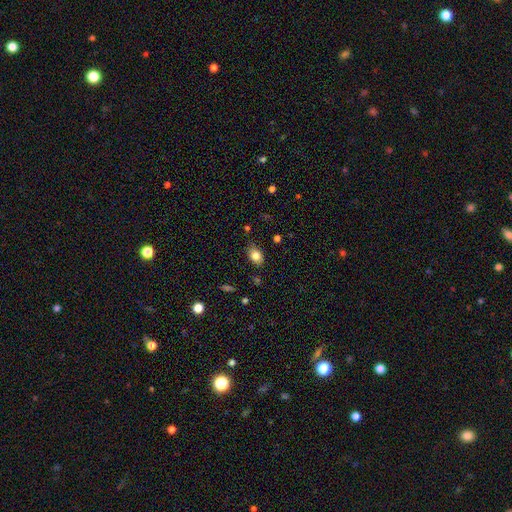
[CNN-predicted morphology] Smooth or featured? smooth (82%)
How rounded? in between (80%)
Merging? none (80%)